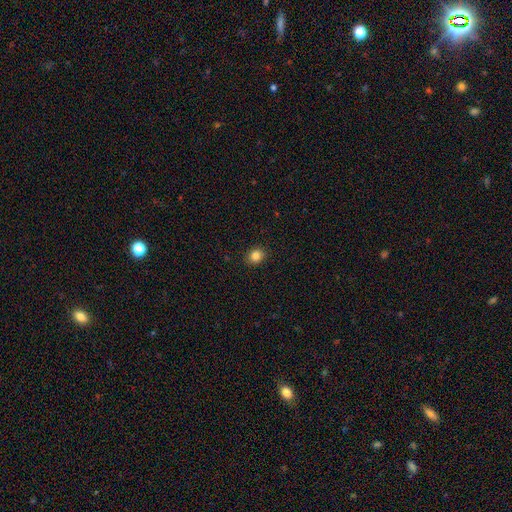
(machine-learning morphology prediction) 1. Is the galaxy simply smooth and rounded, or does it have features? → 84% smooth, 11% star or artifact, 5% featured or disk.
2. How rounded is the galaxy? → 70% round, 29% in between, 1% cigar-shaped.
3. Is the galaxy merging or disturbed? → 90% none, 7% minor disturbance, 2% major disturbance, 1% merger.